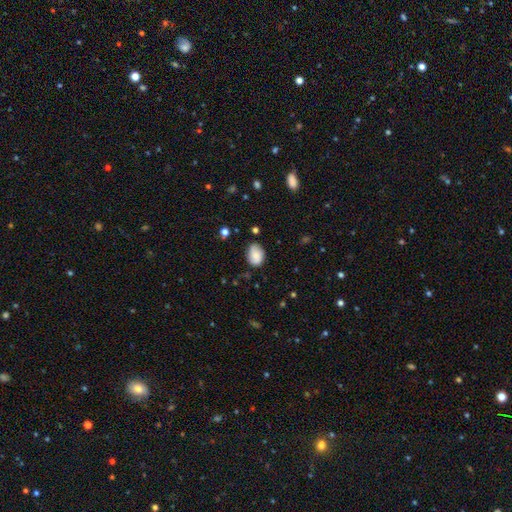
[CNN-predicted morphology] A smooth galaxy with no disk features (76%) that is in between round and cigar-shaped (77%). Merging: none (70%).